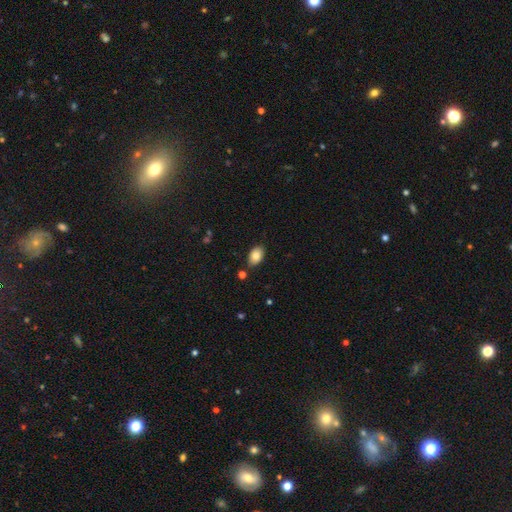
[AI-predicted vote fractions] A smooth galaxy with no disk features (83%) that is in between round and cigar-shaped (90%).

Vote fractions:
- Smooth or featured? smooth: 83% / featured or disk: 9% / star or artifact: 8%
- How rounded? in between: 90% / round: 9% / cigar-shaped: 1%
- Merging? none: 83% / minor disturbance: 11% / merger: 3% / major disturbance: 2%